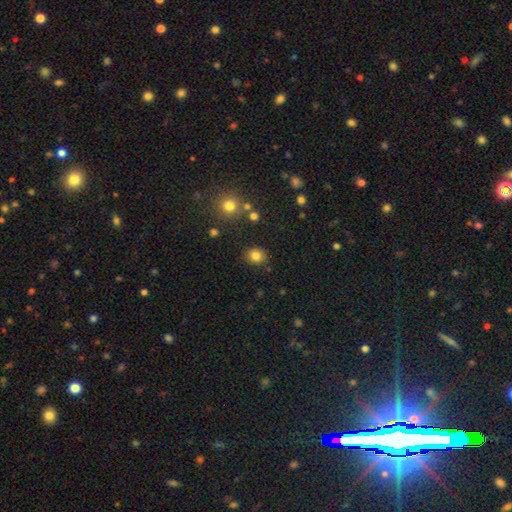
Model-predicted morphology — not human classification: type=smooth (82%); roundness=round (74%); merging=none (86%).